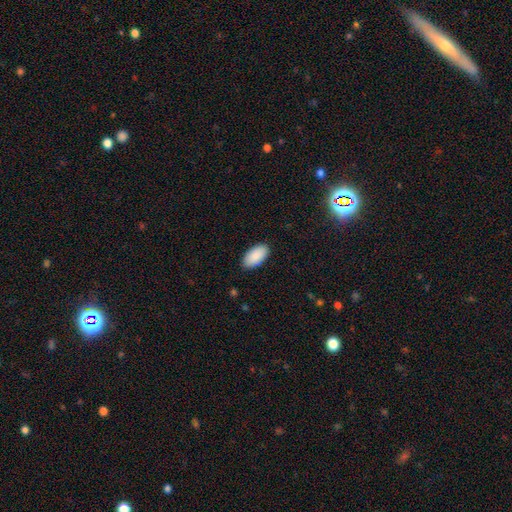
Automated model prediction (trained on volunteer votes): A smooth galaxy with no disk features (90%) that is in between round and cigar-shaped (96%).

Vote fractions:
- Smooth or featured? smooth: 90% / star or artifact: 6% / featured or disk: 4%
- How rounded? in between: 96% / round: 2% / cigar-shaped: 2%
- Merging? none: 88% / minor disturbance: 9% / major disturbance: 2% / merger: 1%